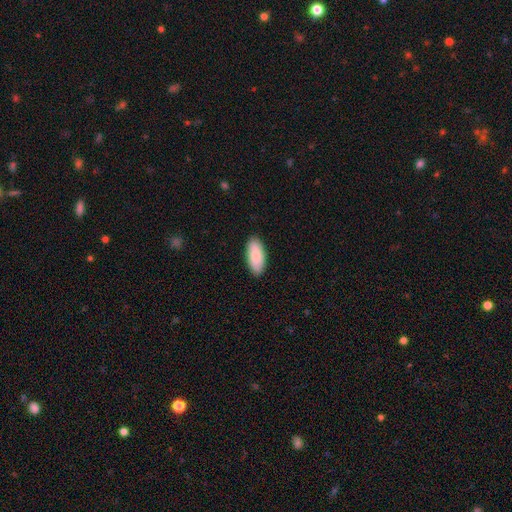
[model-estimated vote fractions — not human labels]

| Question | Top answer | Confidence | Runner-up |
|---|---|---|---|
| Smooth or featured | smooth | 86% | featured or disk (8%) |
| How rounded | in between | 88% | cigar-shaped (10%) |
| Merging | none | 89% | minor disturbance (8%) |